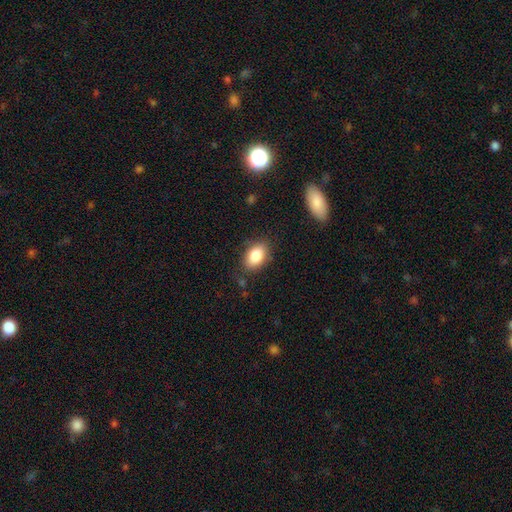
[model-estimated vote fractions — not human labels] A smooth galaxy with no disk features (86%) that is in between round and cigar-shaped (86%).

Vote fractions:
- Smooth or featured? smooth: 86% / star or artifact: 8% / featured or disk: 7%
- How rounded? in between: 86% / round: 12% / cigar-shaped: 1%
- Merging? none: 82% / minor disturbance: 13% / major disturbance: 4% / merger: 2%